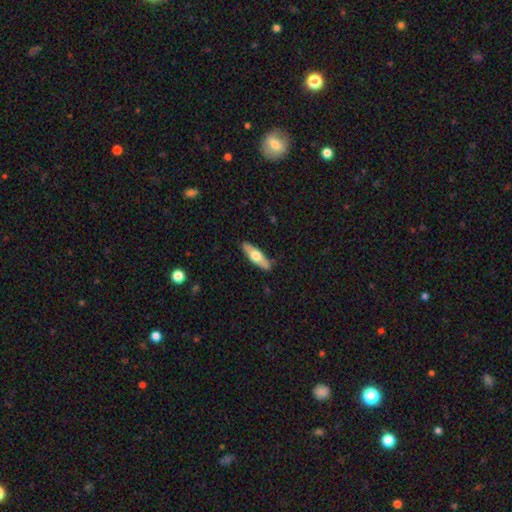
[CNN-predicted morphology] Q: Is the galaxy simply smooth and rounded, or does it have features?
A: smooth — 53%.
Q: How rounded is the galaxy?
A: in between — 51%.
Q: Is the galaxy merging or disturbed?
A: none — 88%.